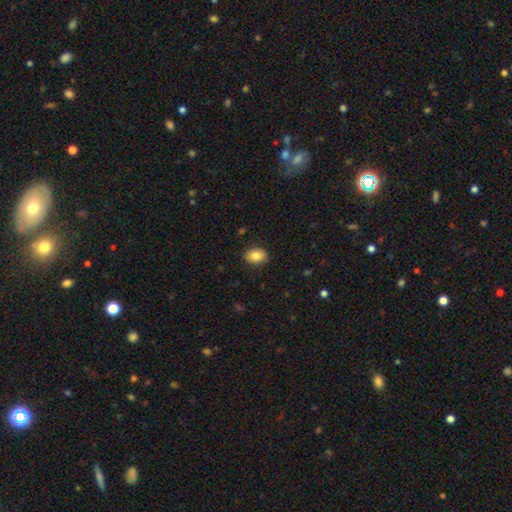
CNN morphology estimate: smooth 84%, star or artifact 8%, featured or disk 8%. Down the decision tree: how rounded — in between (66%); merging — none (87%).